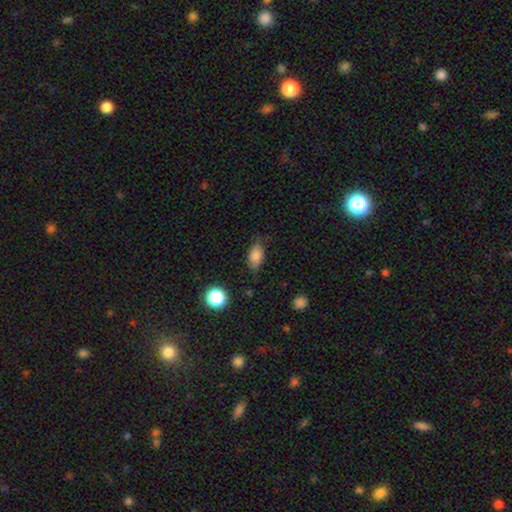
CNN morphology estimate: A smooth galaxy with no disk features (82%) that is in between round and cigar-shaped (87%). Merging: none (71%).